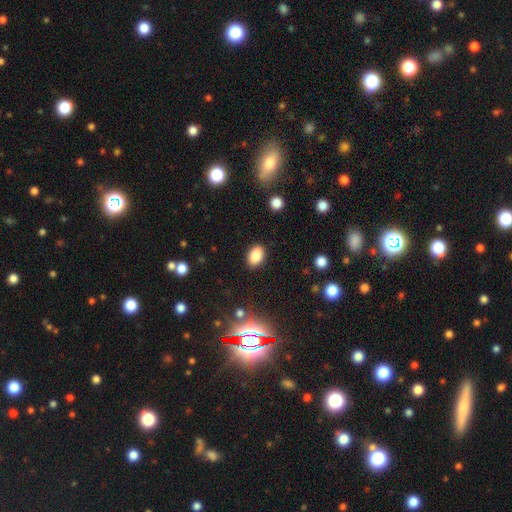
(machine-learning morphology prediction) Smooth or featured?
  - smooth: 85% *
  - star or artifact: 9%
  - featured or disk: 6%
How rounded?
  - in between: 86% *
  - round: 12%
  - cigar-shaped: 1%
Merging?
  - none: 87% *
  - minor disturbance: 9%
  - major disturbance: 2%
  - merger: 1%